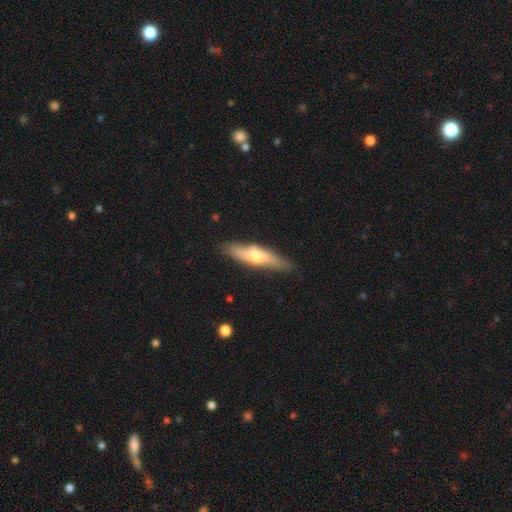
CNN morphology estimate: Smooth or featured? featured or disk (48%)
Merging? none (85%)